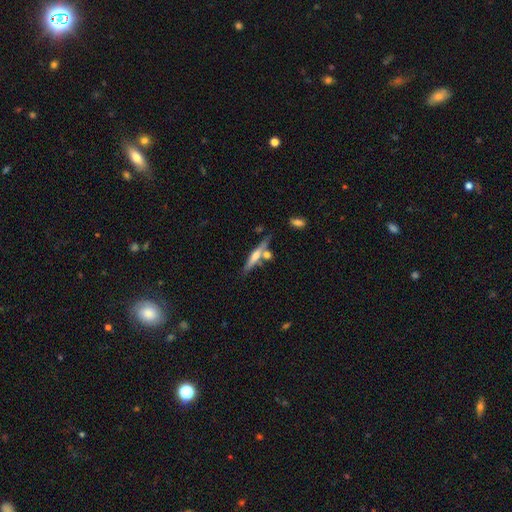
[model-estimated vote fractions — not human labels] This appears to be a featured or disk galaxy (51%) viewed edge-on (93%). Merging: none (63%).